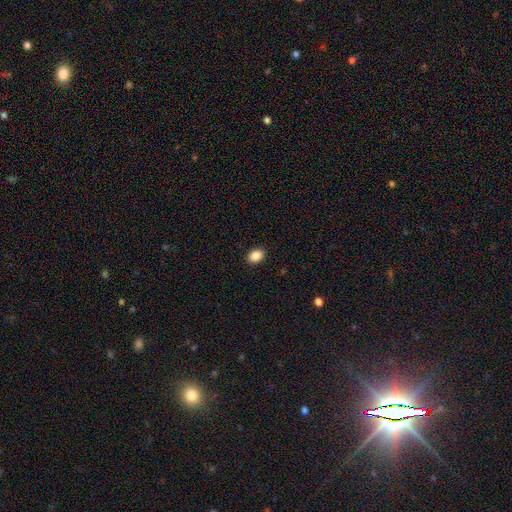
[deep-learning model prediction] Smooth or featured? Predicted: smooth (p=0.88). How rounded? Predicted: in between (p=0.71). Merging? Predicted: none (p=0.90).